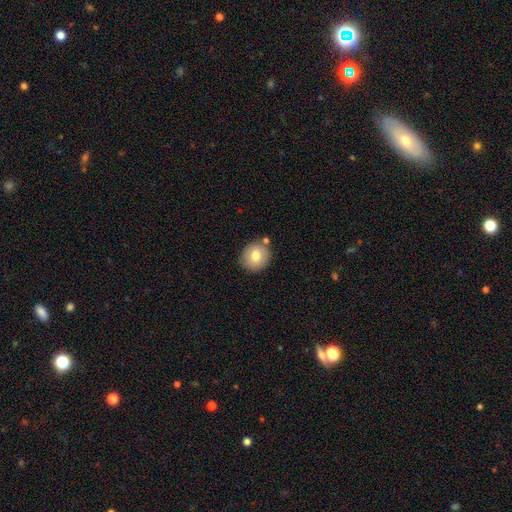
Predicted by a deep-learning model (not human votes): Smooth or featured? smooth (77%)
How rounded? round (82%)
Merging? none (78%)